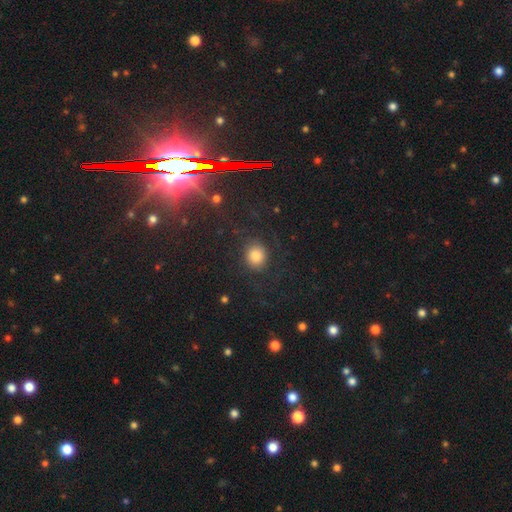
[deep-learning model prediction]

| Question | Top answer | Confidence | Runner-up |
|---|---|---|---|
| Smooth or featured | smooth | 67% | featured or disk (18%) |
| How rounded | round | 78% | in between (20%) |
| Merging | none | 76% | minor disturbance (12%) |